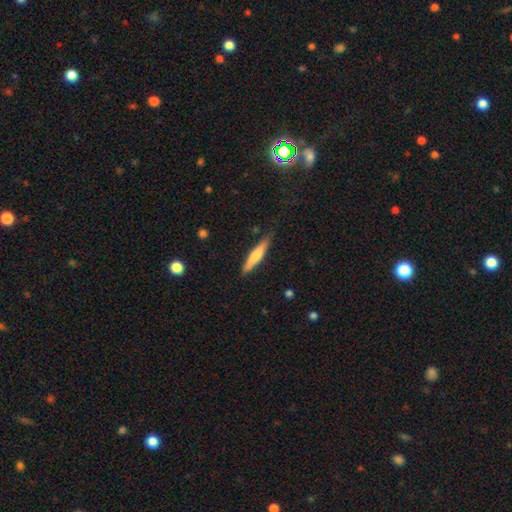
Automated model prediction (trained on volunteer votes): smooth 66%, featured or disk 29%, star or artifact 5%. Down the decision tree: how rounded — cigar-shaped (89%); merging — none (85%).